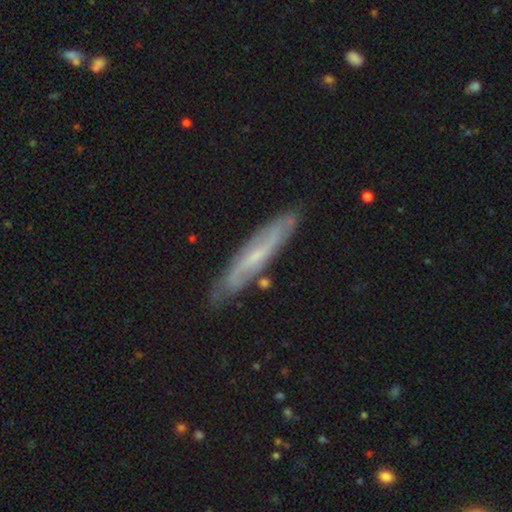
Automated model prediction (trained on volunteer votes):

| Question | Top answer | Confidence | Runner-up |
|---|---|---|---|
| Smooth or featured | featured or disk | 70% | smooth (24%) |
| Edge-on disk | no | 53% | yes (47%) |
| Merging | none | 79% | minor disturbance (15%) |